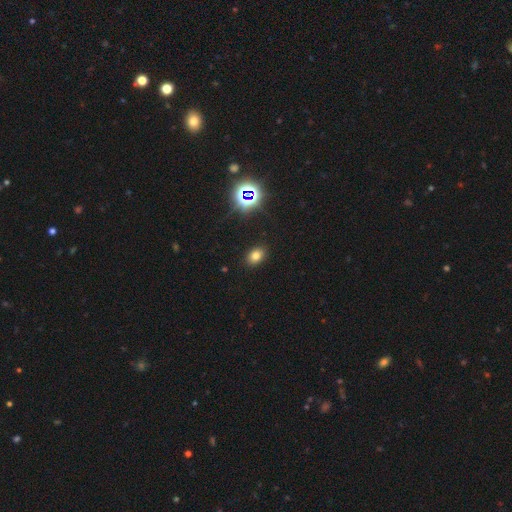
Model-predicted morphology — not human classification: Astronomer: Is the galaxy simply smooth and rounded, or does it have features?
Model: smooth — 73%.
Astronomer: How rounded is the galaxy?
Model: in between — 75%.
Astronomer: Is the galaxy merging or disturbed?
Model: none — 88%.